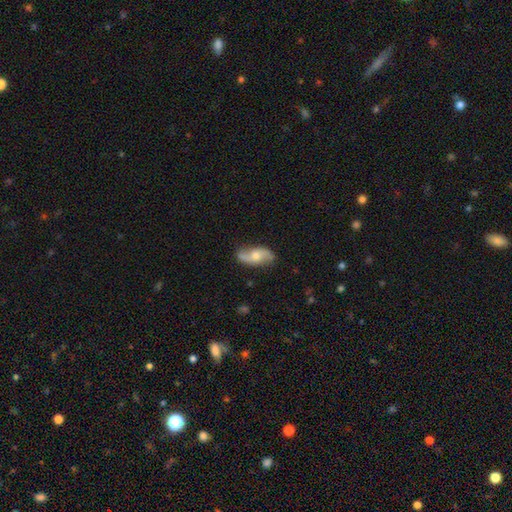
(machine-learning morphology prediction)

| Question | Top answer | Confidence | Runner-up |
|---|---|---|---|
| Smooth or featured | featured or disk | 66% | smooth (27%) |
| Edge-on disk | no | 91% | yes (9%) |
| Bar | no | 60% | weak (34%) |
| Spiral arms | yes | 92% | no (8%) |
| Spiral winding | loose | 68% | medium (25%) |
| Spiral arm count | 2 | 91% | can't tell (4%) |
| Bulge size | moderate | 55% | small (24%) |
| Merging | none | 77% | minor disturbance (17%) |